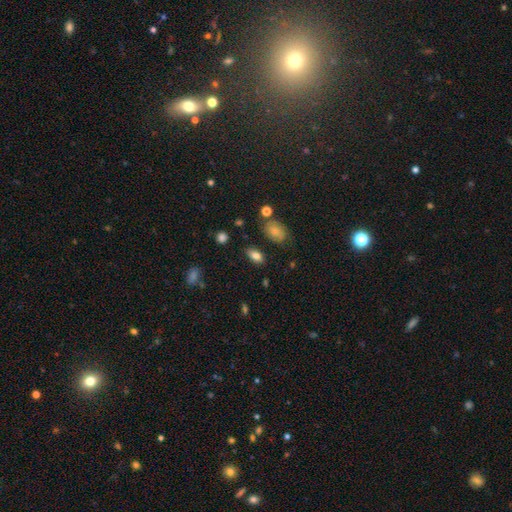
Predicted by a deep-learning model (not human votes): This appears to be a smooth galaxy with no disk features (82%) that is in between round and cigar-shaped (89%). Merging: none (80%).